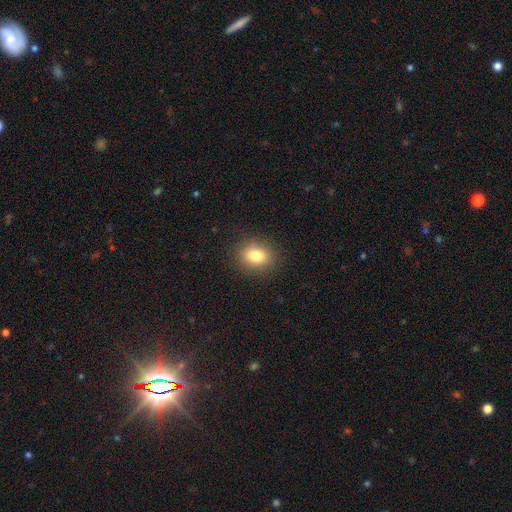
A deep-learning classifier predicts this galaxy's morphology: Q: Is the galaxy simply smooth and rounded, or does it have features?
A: smooth — 81%.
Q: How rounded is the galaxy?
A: round — 51%.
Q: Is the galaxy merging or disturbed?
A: none — 88%.